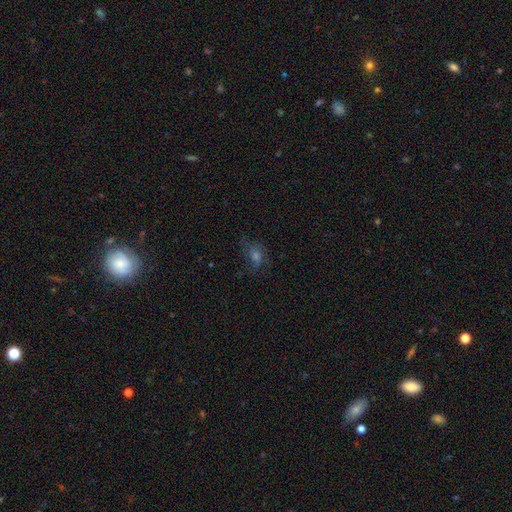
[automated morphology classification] A smooth galaxy with no disk features (43%).

Vote fractions:
- Smooth or featured? smooth: 43% / star or artifact: 31% / featured or disk: 26%
- Merging? none: 59% / minor disturbance: 21% / major disturbance: 18% / merger: 2%